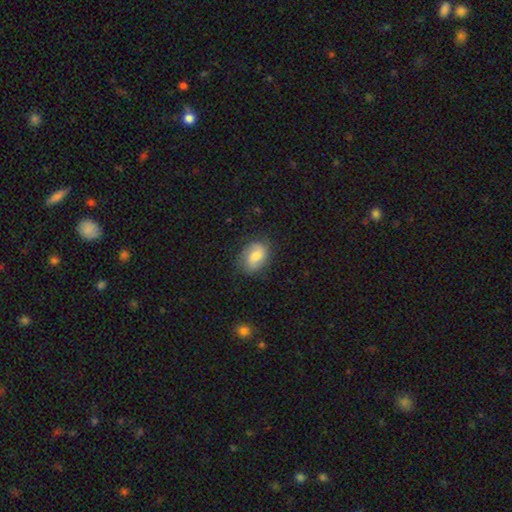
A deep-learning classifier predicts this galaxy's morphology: type=smooth (49%); merging=none (76%).